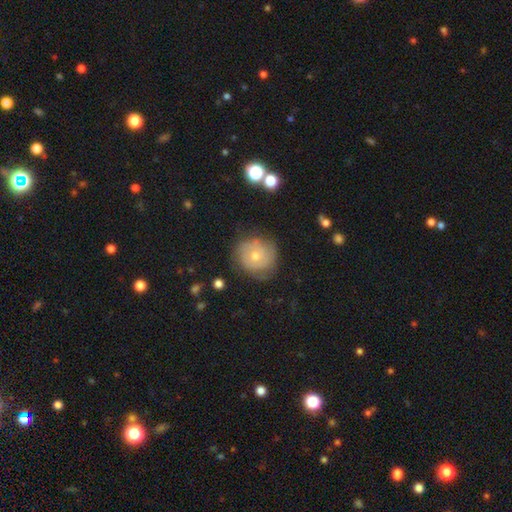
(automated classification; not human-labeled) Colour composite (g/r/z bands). It shows a featured or disk galaxy (50%). Merging: none (66%).